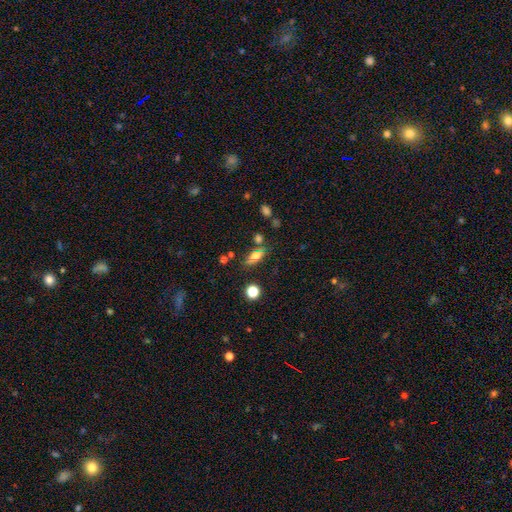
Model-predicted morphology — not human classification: Smooth or featured?
  - smooth: 68% *
  - featured or disk: 20%
  - star or artifact: 12%
How rounded?
  - in between: 72% *
  - cigar-shaped: 20%
  - round: 8%
Merging?
  - none: 65% *
  - minor disturbance: 17%
  - merger: 12%
  - major disturbance: 6%